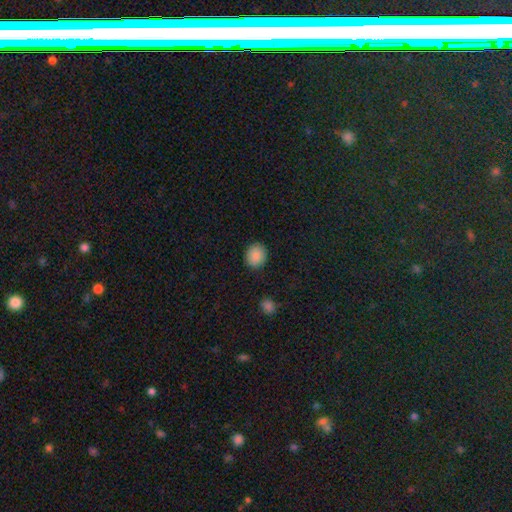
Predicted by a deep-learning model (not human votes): Smooth or featured: smooth — 88% (star or artifact — 8%)
How rounded: round — 79% (in between — 20%)
Merging: none — 90% (minor disturbance — 7%)